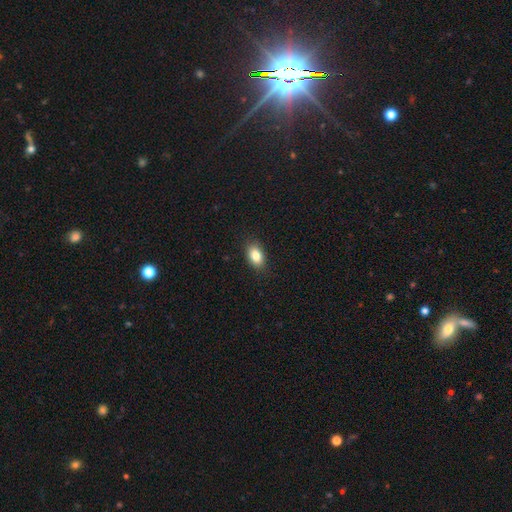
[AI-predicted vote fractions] smooth_or_featured: smooth (p=0.84) [alt: star or artifact p=0.08]
how_rounded: in between (p=0.88) [alt: round p=0.10]
merging: none (p=0.87) [alt: minor disturbance p=0.10]